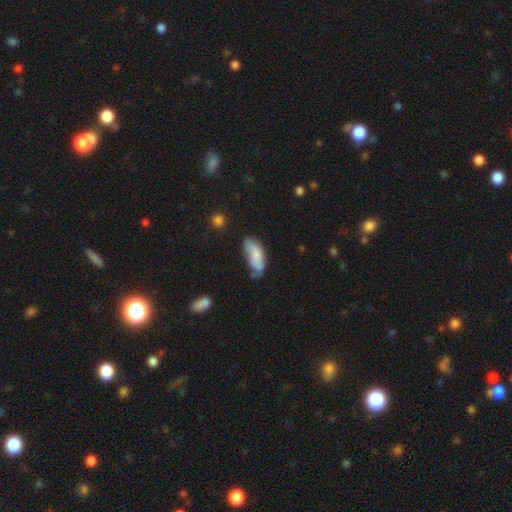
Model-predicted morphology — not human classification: smooth 66%, featured or disk 27%, star or artifact 7%. Down the decision tree: how rounded — in between (82%); merging — none (37%).